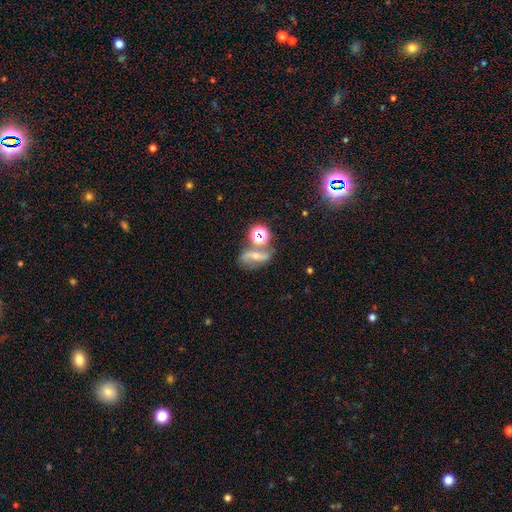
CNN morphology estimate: Smooth or featured?
  - featured or disk: 58% *
  - smooth: 23%
  - star or artifact: 19%
Edge-on disk?
  - no: 91% *
  - yes: 9%
Bar?
  - strong: 36% *
  - no: 35%
  - weak: 29%
Spiral arms?
  - yes: 85% *
  - no: 15%
Bulge size?
  - small: 51% *
  - moderate: 38%
  - none: 5%
  - large: 4%
  - dominant: 2%
Merging?
  - none: 58% *
  - minor disturbance: 17%
  - merger: 16%
  - major disturbance: 10%